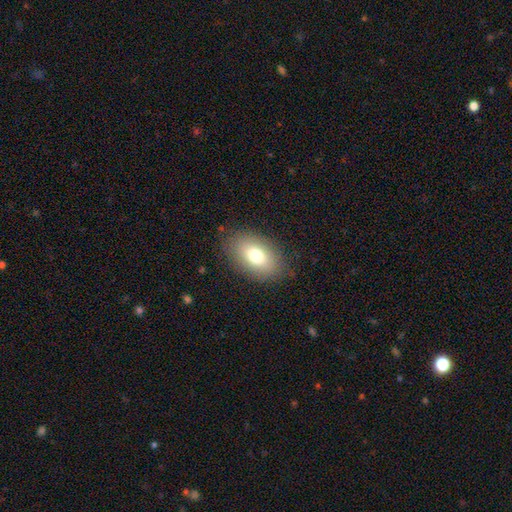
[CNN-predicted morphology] Smooth or featured? Predicted: smooth (p=0.76). How rounded? Predicted: in between (p=0.89). Merging? Predicted: none (p=0.83).